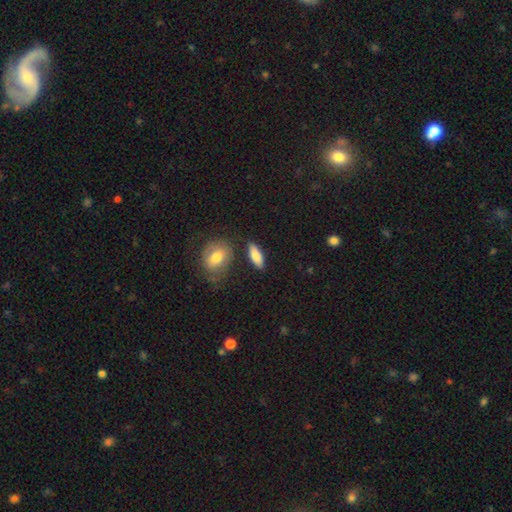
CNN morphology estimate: A smooth galaxy with no disk features (82%) that is in between round and cigar-shaped (65%).

Vote fractions:
- Smooth or featured? smooth: 82% / featured or disk: 12% / star or artifact: 6%
- How rounded? in between: 65% / cigar-shaped: 31% / round: 4%
- Merging? none: 78% / minor disturbance: 13% / merger: 5% / major disturbance: 4%